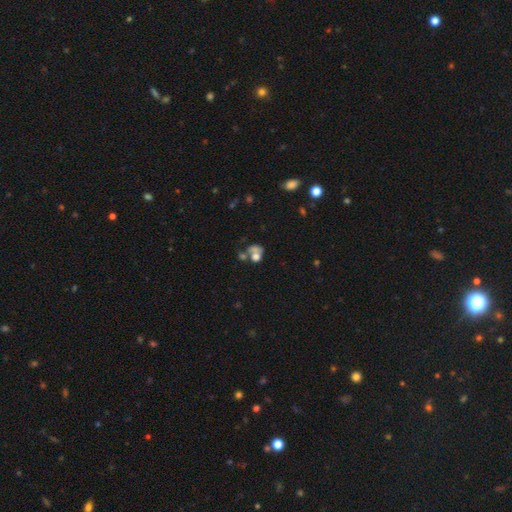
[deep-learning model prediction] smooth_or_featured: smooth (p=0.57) [alt: featured or disk p=0.27]
how_rounded: round (p=0.57) [alt: in between p=0.42]
merging: merger (p=0.47) [alt: none p=0.25]